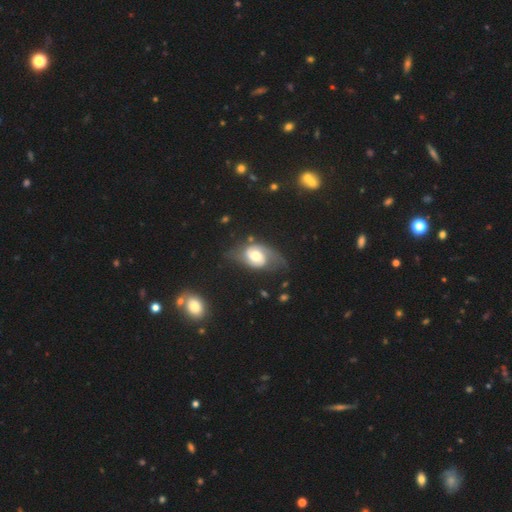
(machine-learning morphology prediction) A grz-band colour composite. It shows a featured or disk galaxy (69%) with no bar (56%), 2 (76%) medium (41%) spiral arms (88%) and a moderate central bulge (57%). Merging: none (46%).